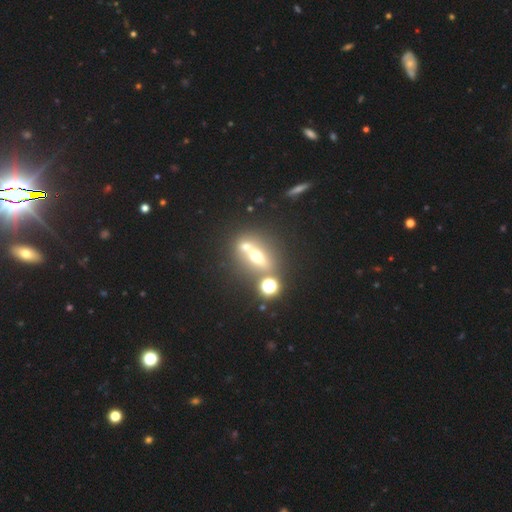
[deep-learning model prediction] Q: Smooth or featured?
A: smooth (41%); runner-up: featured or disk (40%)
Q: Merging?
A: merger (46%); runner-up: none (41%)